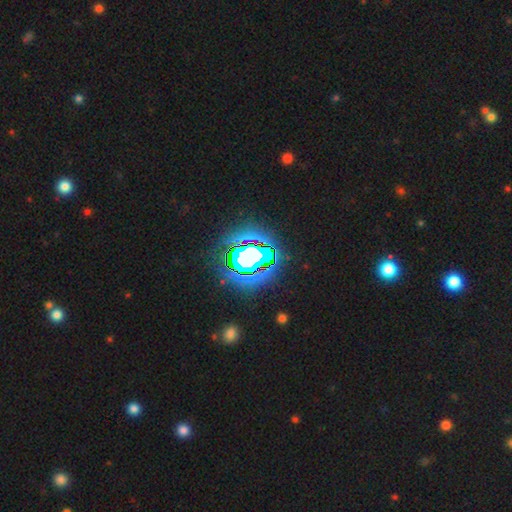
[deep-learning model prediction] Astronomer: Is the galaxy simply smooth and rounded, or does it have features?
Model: star or artifact — 66%.